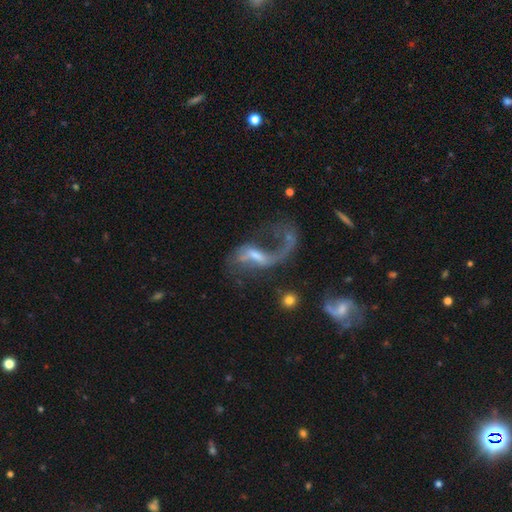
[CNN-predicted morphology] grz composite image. It shows a featured or disk galaxy (79%) with a weak bar (46%), 2 (53%) loose (85%) spiral arms (84%) and a small central bulge (46%). Merging: major disturbance (42%).